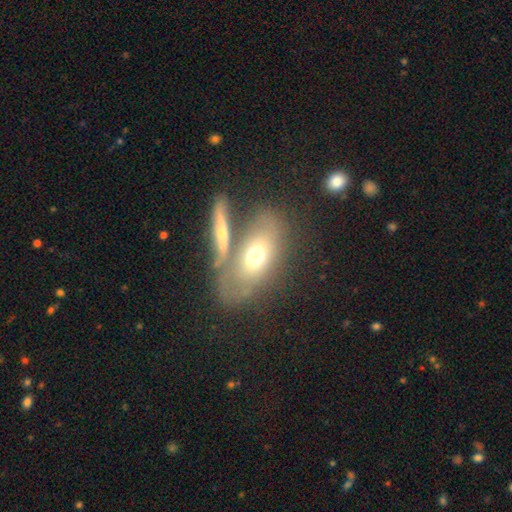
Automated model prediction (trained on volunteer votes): Smooth or featured? Predicted: smooth (p=0.56). How rounded? Predicted: in between (p=0.78). Merging? Predicted: none (p=0.43).